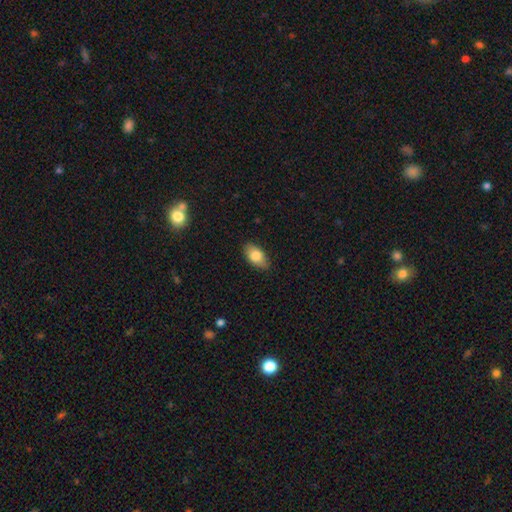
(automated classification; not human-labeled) A smooth galaxy with no disk features (80%) that is in between round and cigar-shaped (91%). Merging: none (84%).